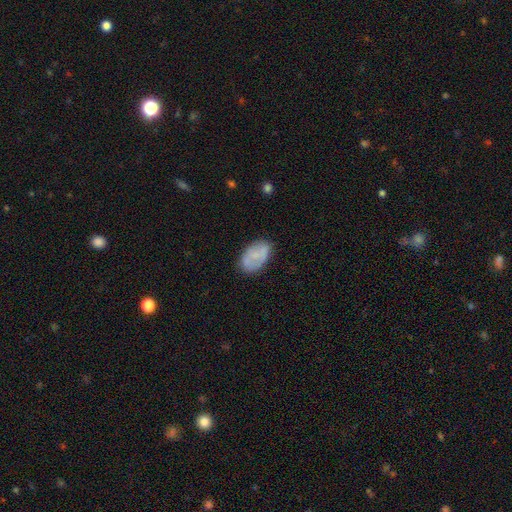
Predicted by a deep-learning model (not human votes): A smooth galaxy with no disk features (60%) that is in between round and cigar-shaped (91%). Merging: none (70%).